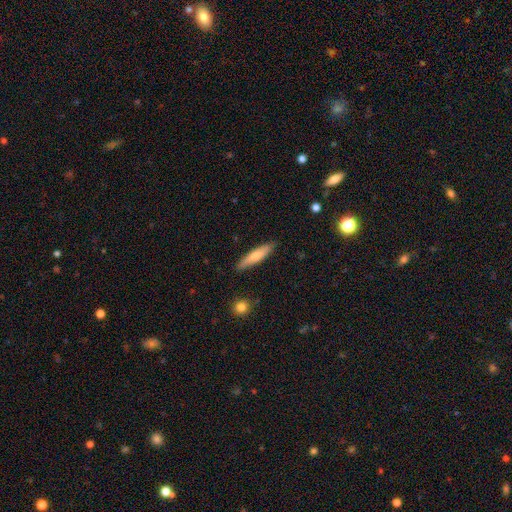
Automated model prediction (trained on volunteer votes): Smooth or featured?
  - smooth: 72% *
  - featured or disk: 23%
  - star or artifact: 5%
How rounded?
  - cigar-shaped: 81% *
  - in between: 17%
  - round: 1%
Merging?
  - none: 88% *
  - minor disturbance: 9%
  - major disturbance: 2%
  - merger: 1%